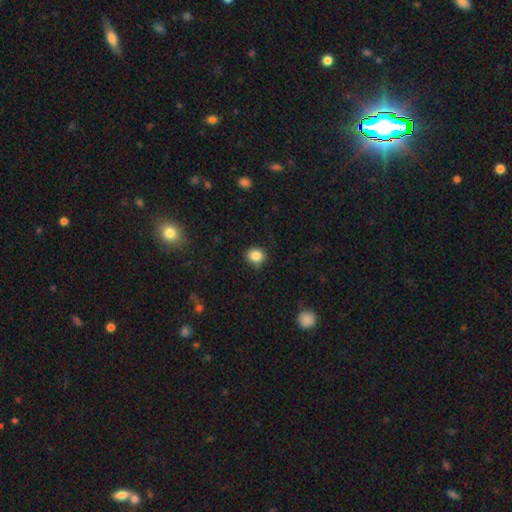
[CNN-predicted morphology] Smooth or featured?
  - smooth: 85% *
  - star or artifact: 10%
  - featured or disk: 4%
How rounded?
  - round: 79% *
  - in between: 20%
  - cigar-shaped: 1%
Merging?
  - none: 86% *
  - minor disturbance: 11%
  - major disturbance: 2%
  - merger: 1%